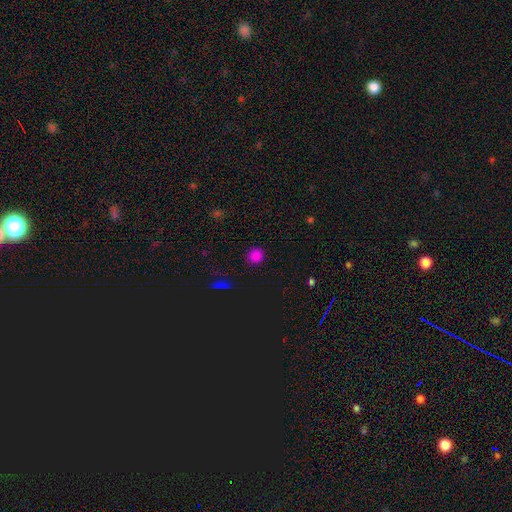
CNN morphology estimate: Smooth or featured: smooth — 80% (star or artifact — 17%)
How rounded: round — 90% (in between — 9%)
Merging: none — 90% (minor disturbance — 7%)